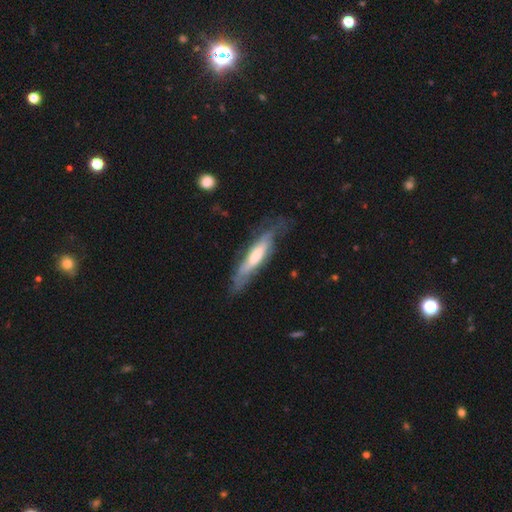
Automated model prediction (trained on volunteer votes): Smooth or featured: featured or disk — 64% (smooth — 30%)
Edge-on disk: yes — 60% (no — 40%)
Merging: none — 67% (minor disturbance — 22%)